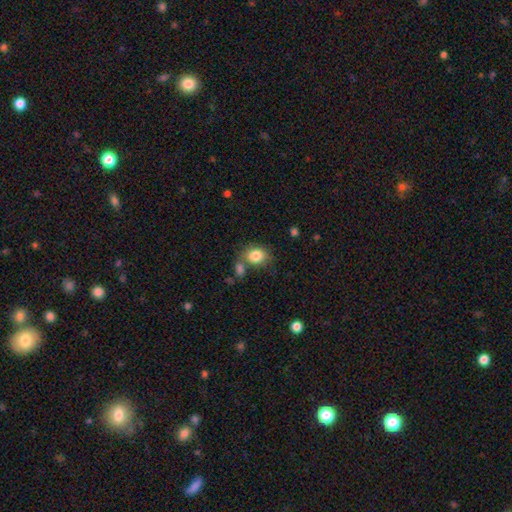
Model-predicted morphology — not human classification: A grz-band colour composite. It shows a smooth galaxy with no disk features (84%) that is in between round and cigar-shaped (53%). Merging: none (60%).